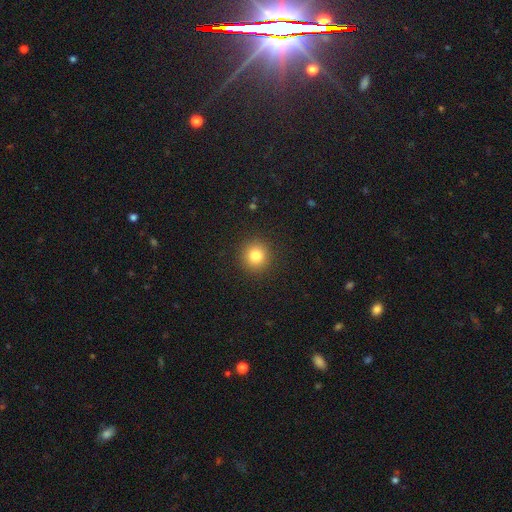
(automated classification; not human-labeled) A smooth galaxy with no disk features (82%) that is round (92%). Merging: none (91%).